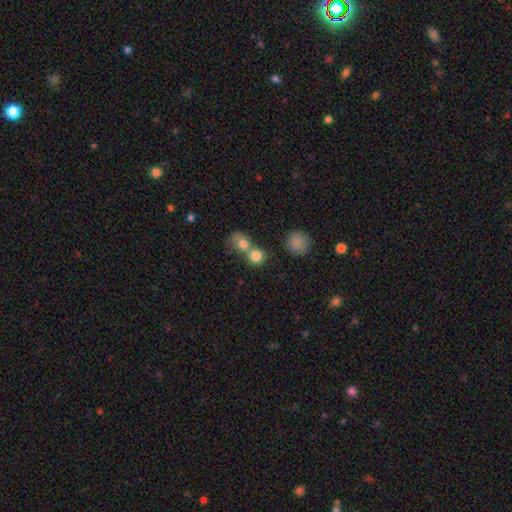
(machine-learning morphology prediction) This is clearly a smooth galaxy (80%). How rounded: clearly round (81%). Merging: possibly merger (52%).